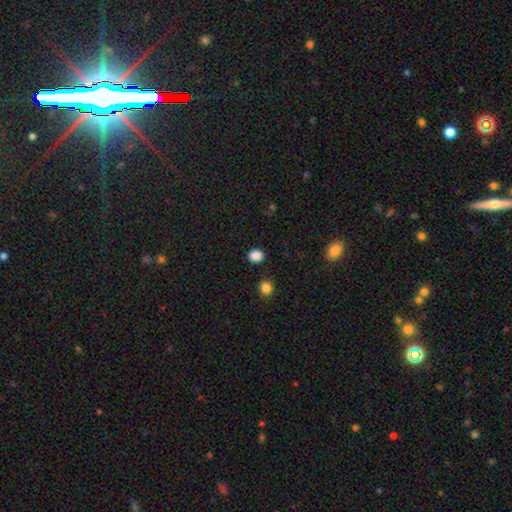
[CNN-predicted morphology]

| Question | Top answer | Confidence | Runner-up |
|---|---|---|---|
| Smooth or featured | smooth | 86% | star or artifact (11%) |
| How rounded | round | 77% | in between (22%) |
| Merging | none | 89% | minor disturbance (7%) |